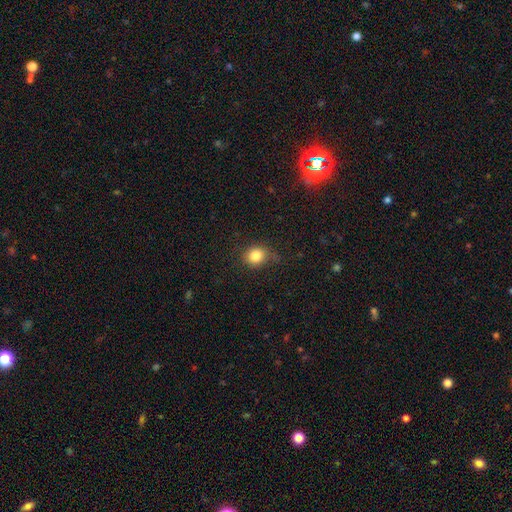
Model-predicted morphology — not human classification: Overall: smooth (83%). How rounded: round (70%). Merging: none (72%).